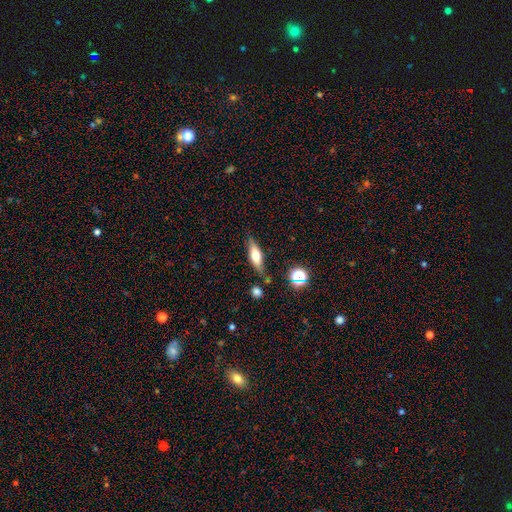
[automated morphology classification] The model was most divided on "how rounded" (2-way tie): in between: 48%, cigar-shaped: 48%, round: 4%. More confident: merging — none (76%); smooth or featured — smooth (52%).